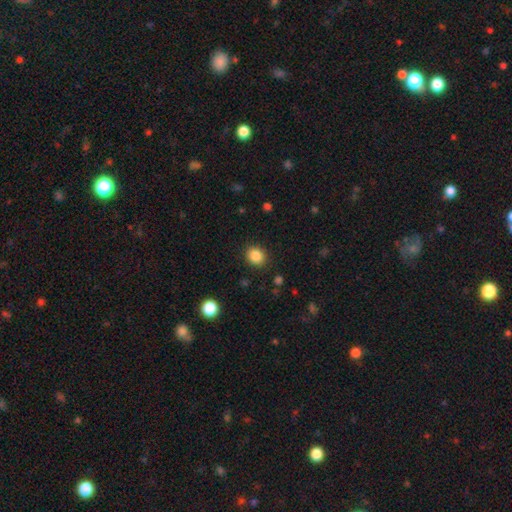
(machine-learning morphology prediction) This appears to be a smooth galaxy with no disk features (86%) that is round (70%). Merging: none (89%).